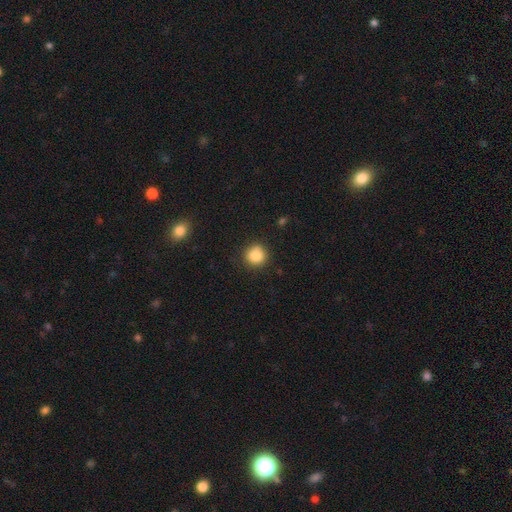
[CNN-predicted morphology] A smooth galaxy with no disk features (84%) that is round (91%).

Vote fractions:
- Smooth or featured? smooth: 84% / star or artifact: 10% / featured or disk: 5%
- How rounded? round: 91% / in between: 8% / cigar-shaped: 1%
- Merging? none: 86% / minor disturbance: 10% / major disturbance: 2% / merger: 2%